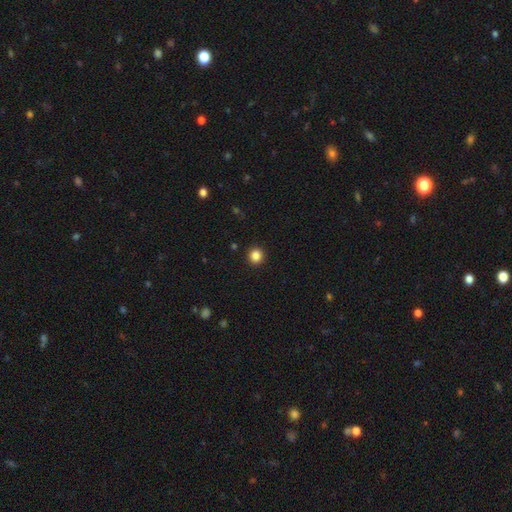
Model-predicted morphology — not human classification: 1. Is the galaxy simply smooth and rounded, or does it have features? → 85% smooth, 11% star or artifact, 4% featured or disk.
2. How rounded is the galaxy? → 91% round, 8% in between, 1% cigar-shaped.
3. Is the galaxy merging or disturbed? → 93% none, 5% minor disturbance, 2% major disturbance, 1% merger.